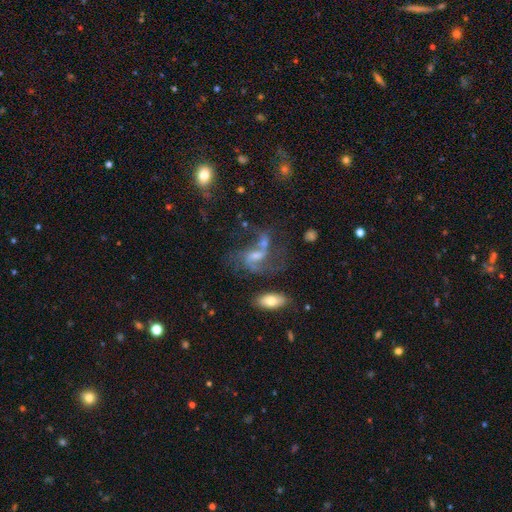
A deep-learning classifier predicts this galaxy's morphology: A featured or disk galaxy (70%) with a weak bar (42%), 2 (72%) loose (60%) spiral arms (82%) and a small central bulge (40%). Merging: none (35%).